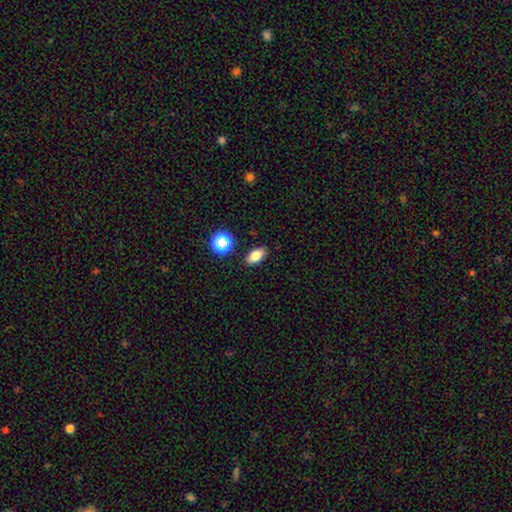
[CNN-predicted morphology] smooth 77%, star or artifact 13%, featured or disk 9%. Down the decision tree: how rounded — in between (87%); merging — none (87%).